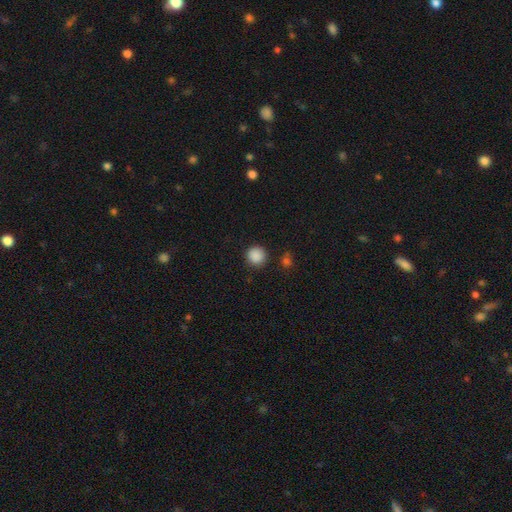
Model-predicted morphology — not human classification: This is clearly a smooth galaxy (87%). How rounded: clearly round (94%). Merging: clearly none (87%).